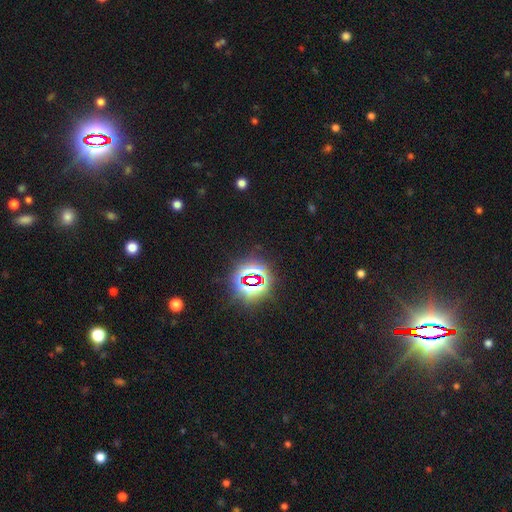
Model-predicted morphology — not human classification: A star or artifact, not a galaxy (82%).